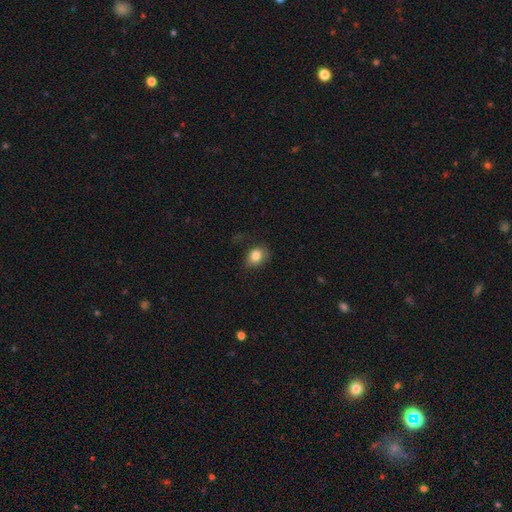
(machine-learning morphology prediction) A smooth galaxy with no disk features (82%) that is in between round and cigar-shaped (60%). Merging: none (69%).